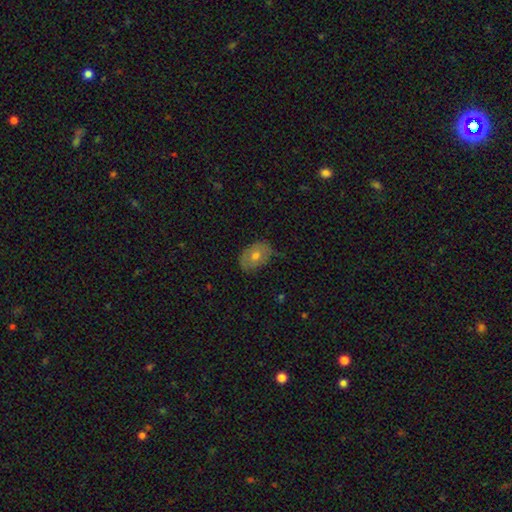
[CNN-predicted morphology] This appears to be a smooth galaxy with no disk features (64%) that is in between round and cigar-shaped (80%). Merging: none (73%).